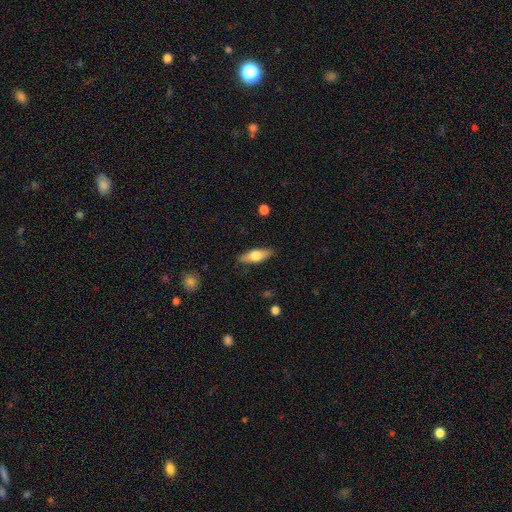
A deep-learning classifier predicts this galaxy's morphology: smooth 61%, featured or disk 33%, star or artifact 6%. Down the decision tree: how rounded — in between (57%); merging — none (87%).